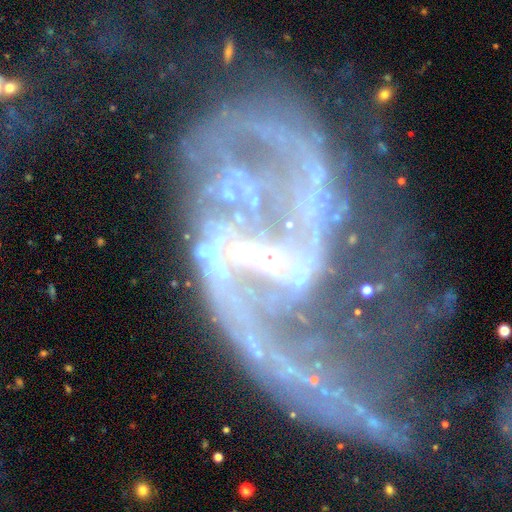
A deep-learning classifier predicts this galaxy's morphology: A featured or disk galaxy (85%) with a weak bar (38%), 2 (58%) loose (56%) spiral arms (83%) and a small central bulge (42%). Merging: major disturbance (44%).